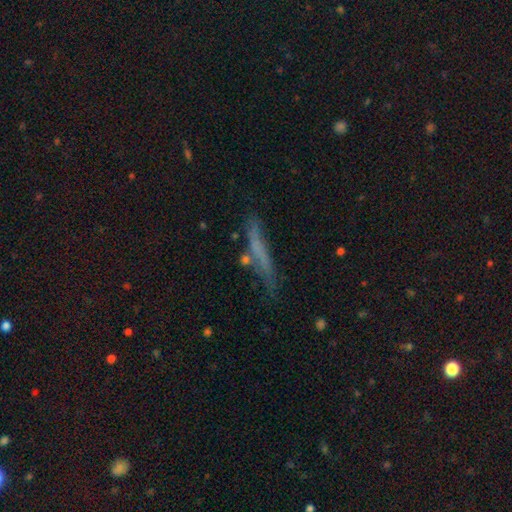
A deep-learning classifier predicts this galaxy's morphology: type=smooth (50%); merging=none (45%).